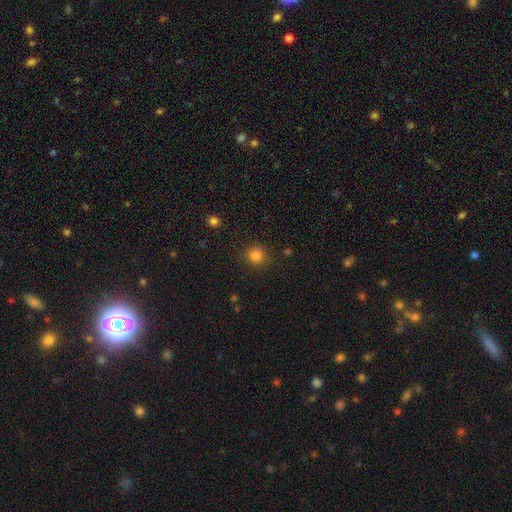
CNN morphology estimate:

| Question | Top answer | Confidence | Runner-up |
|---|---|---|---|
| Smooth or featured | smooth | 84% | star or artifact (12%) |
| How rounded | round | 92% | in between (7%) |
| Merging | none | 87% | minor disturbance (8%) |